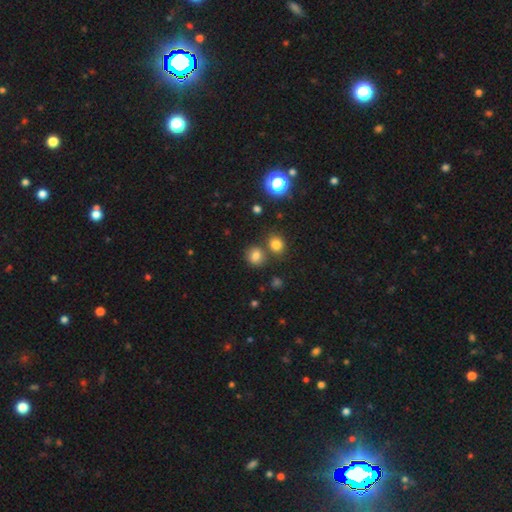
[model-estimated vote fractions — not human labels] Smooth or featured?
  - smooth: 77% *
  - star or artifact: 17%
  - featured or disk: 7%
How rounded?
  - round: 79% *
  - in between: 20%
  - cigar-shaped: 1%
Merging?
  - none: 70% *
  - merger: 18%
  - minor disturbance: 9%
  - major disturbance: 3%